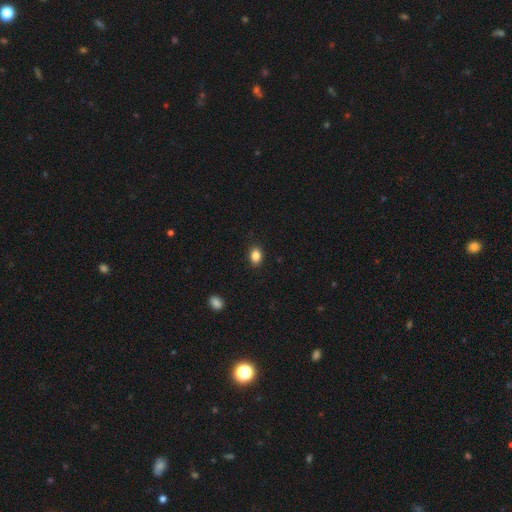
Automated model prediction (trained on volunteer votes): Morphology: type=smooth (86%); roundness=in between (73%); merging=none (89%).